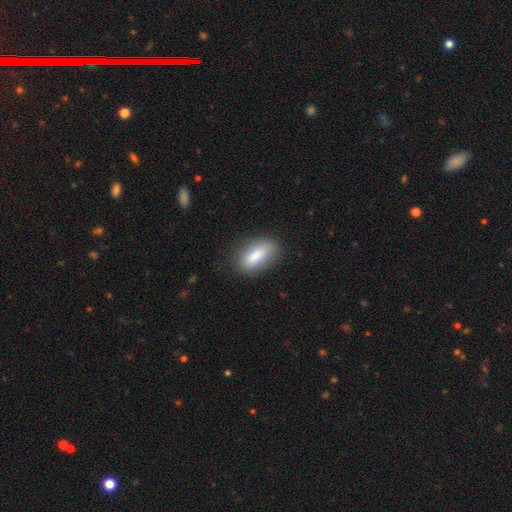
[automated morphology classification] Smooth or featured?
  - smooth: 83% *
  - featured or disk: 10%
  - star or artifact: 7%
How rounded?
  - in between: 84% *
  - cigar-shaped: 12%
  - round: 4%
Merging?
  - none: 79% *
  - minor disturbance: 15%
  - major disturbance: 4%
  - merger: 2%